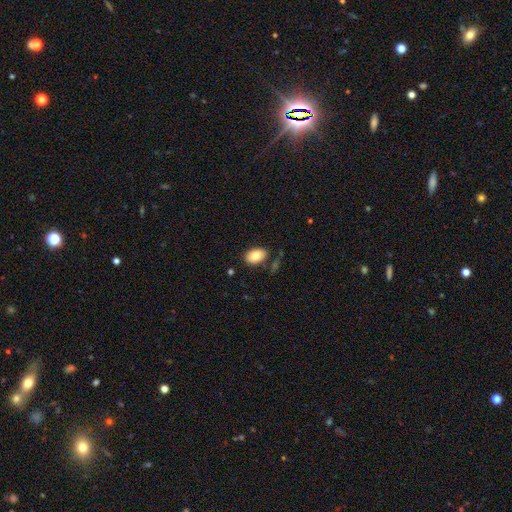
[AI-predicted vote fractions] Smooth or featured? smooth (81%)
How rounded? in between (91%)
Merging? none (79%)